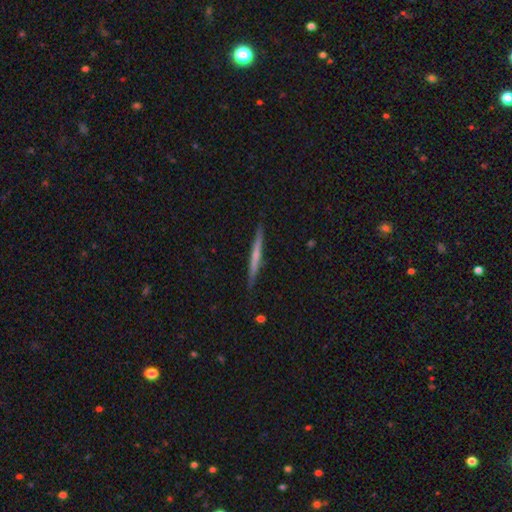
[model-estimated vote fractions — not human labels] Smooth or featured? featured or disk (49%)
Merging? none (90%)